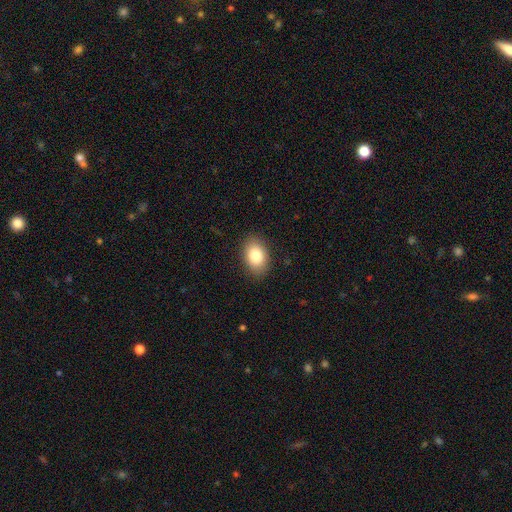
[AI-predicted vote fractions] smooth_or_featured: smooth (p=0.83) [alt: featured or disk p=0.09]
how_rounded: in between (p=0.85) [alt: round p=0.14]
merging: none (p=0.88) [alt: minor disturbance p=0.09]